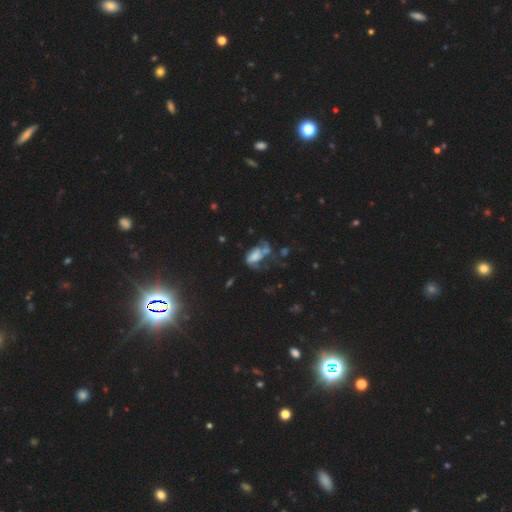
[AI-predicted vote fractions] This is marginally a featured or disk galaxy (44%). Merging: marginally major disturbance (42%).